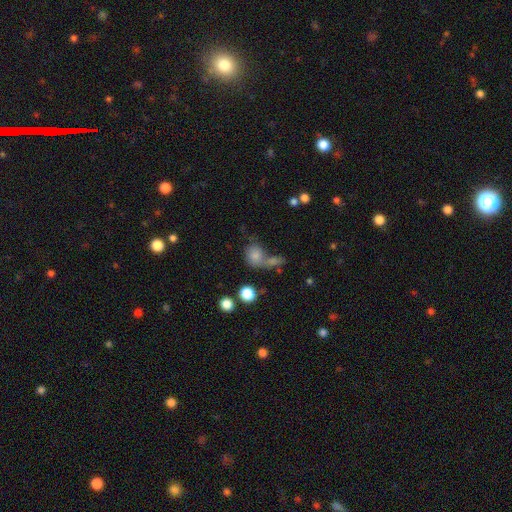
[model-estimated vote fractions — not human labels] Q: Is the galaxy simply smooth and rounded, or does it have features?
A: smooth — 75%.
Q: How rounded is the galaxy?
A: round — 65%.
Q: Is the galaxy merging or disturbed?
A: merger — 43%.